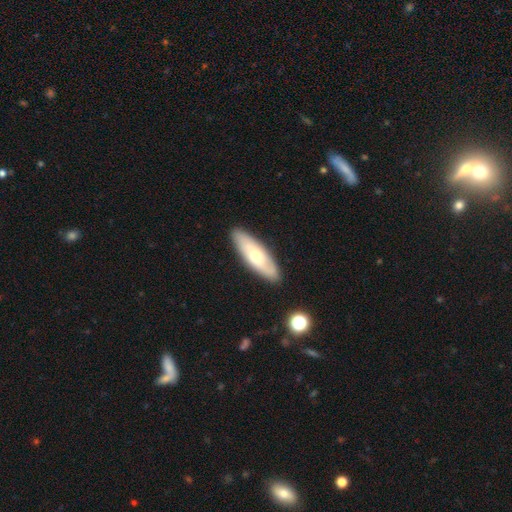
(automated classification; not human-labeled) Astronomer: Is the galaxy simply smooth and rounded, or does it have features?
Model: smooth — 54% (runner-up: featured or disk, 41%).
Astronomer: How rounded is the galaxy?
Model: in between — 56% (runner-up: cigar-shaped, 42%).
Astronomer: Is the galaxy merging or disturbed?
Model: none — 88%.